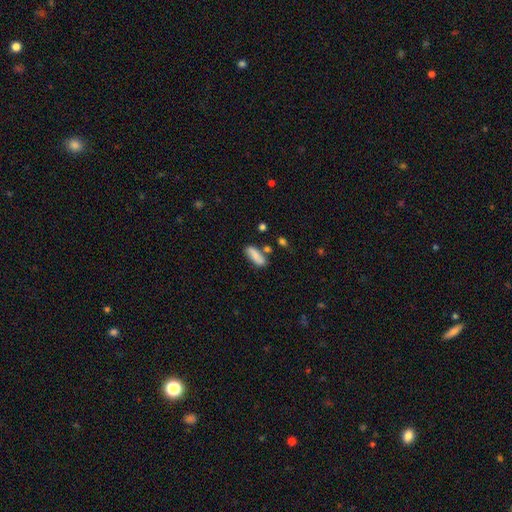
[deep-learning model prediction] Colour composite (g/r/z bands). It shows a smooth galaxy with no disk features (80%) that is in between round and cigar-shaped (68%). Merging: none (69%).